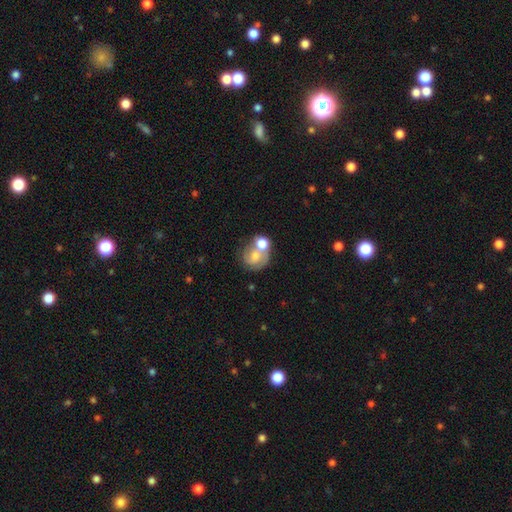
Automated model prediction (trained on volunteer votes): Overall: smooth (47%; featured or disk 44%). Merging: merger (48%; none 30%).